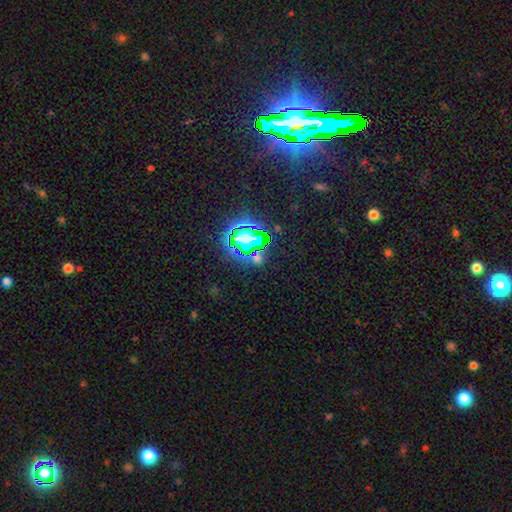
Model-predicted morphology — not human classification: Smooth or featured: star or artifact — 72% (smooth — 19%)